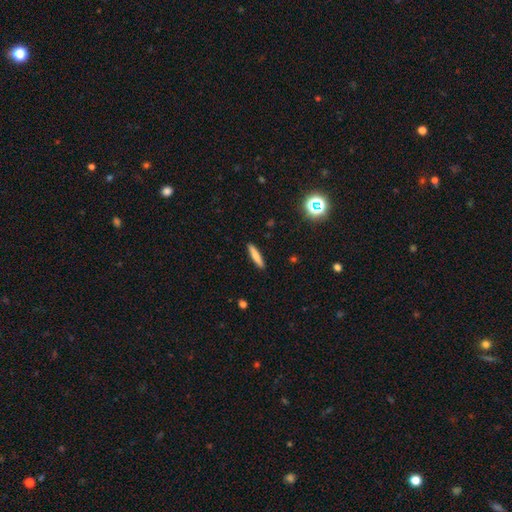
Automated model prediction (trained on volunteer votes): A smooth galaxy with no disk features (73%) that is cigar-shaped (88%). Merging: none (91%).